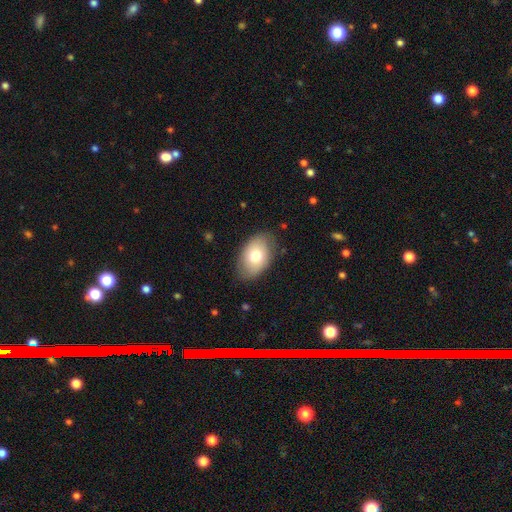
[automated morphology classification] Smooth or featured? Predicted: smooth (p=0.74). How rounded? Predicted: in between (p=0.90). Merging? Predicted: none (p=0.80).